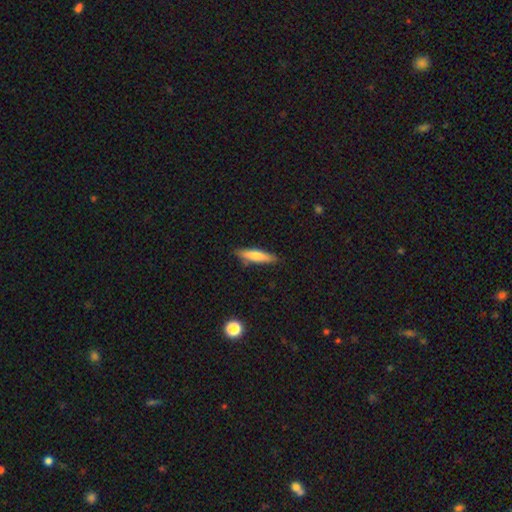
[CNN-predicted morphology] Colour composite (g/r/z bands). It shows a smooth galaxy with no disk features (71%) that is cigar-shaped (78%). Merging: none (84%).